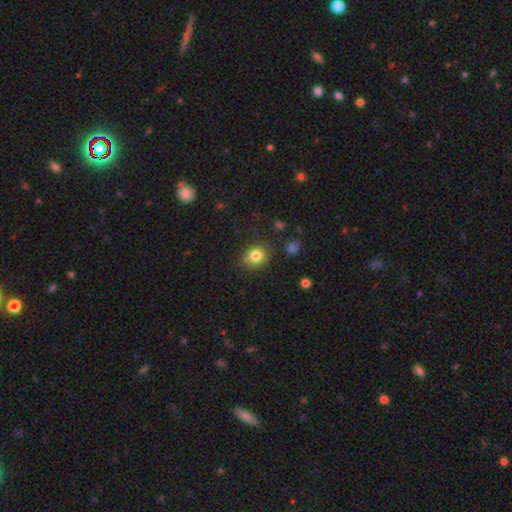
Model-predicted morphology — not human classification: type=smooth (82%); roundness=round (80%); merging=none (81%).